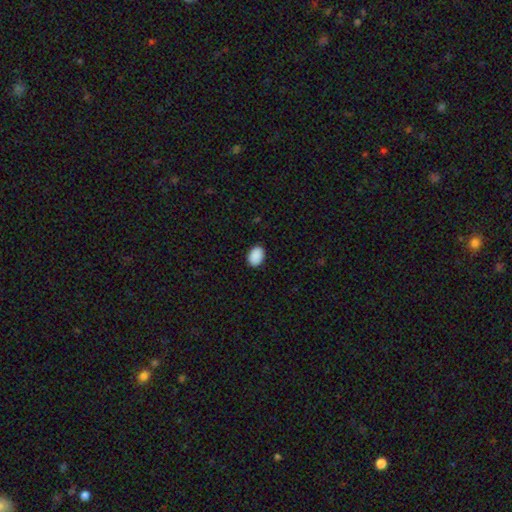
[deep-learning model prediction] The model was most divided on "how rounded": in between: 82%, round: 17%, cigar-shaped: 1%. More confident: smooth or featured — smooth (90%); merging — none (90%).